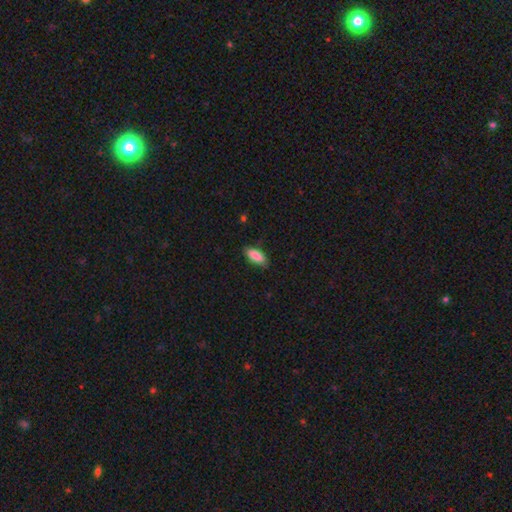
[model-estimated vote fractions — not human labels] smooth_or_featured: smooth (p=0.87) [alt: featured or disk p=0.06]
how_rounded: in between (p=0.82) [alt: cigar-shaped p=0.17]
merging: none (p=0.80) [alt: minor disturbance p=0.17]